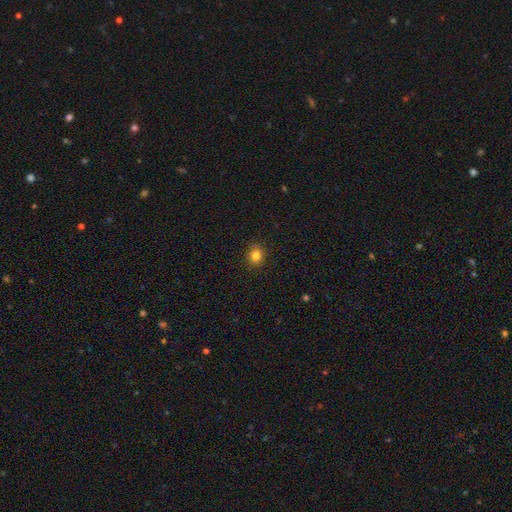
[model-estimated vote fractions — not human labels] smooth 82%, star or artifact 13%, featured or disk 5%. Down the decision tree: how rounded — round (80%); merging — none (90%).